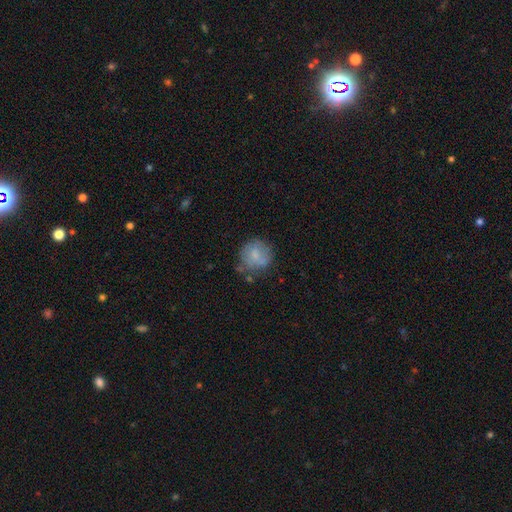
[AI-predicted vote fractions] Smooth or featured? smooth (70%)
How rounded? round (85%)
Merging? none (61%)